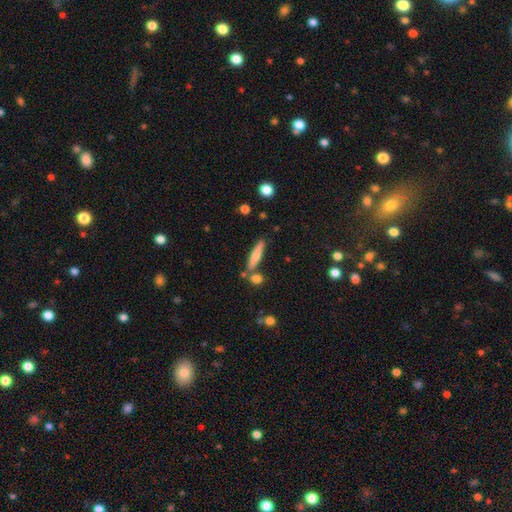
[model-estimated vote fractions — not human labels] smooth-or-featured: smooth: 67% | featured or disk: 26% | star or artifact: 7%
  how-rounded: cigar-shaped: 86% | in between: 12% | round: 2%
  merging: none: 74% | merger: 12% | minor disturbance: 11% | major disturbance: 3%